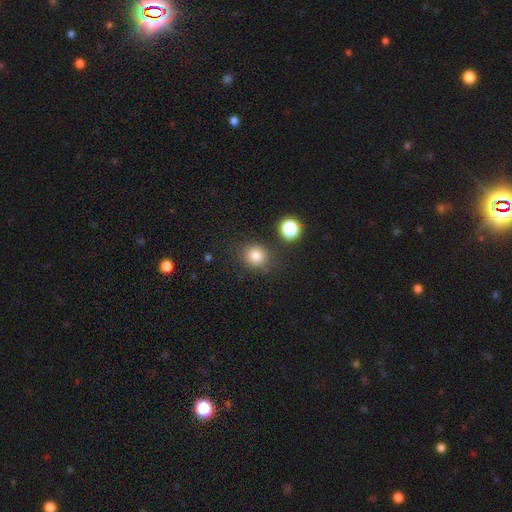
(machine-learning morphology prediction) Q: Smooth or featured?
A: smooth (82%); runner-up: star or artifact (13%)
Q: How rounded?
A: round (81%); runner-up: in between (18%)
Q: Merging?
A: none (77%); runner-up: minor disturbance (13%)